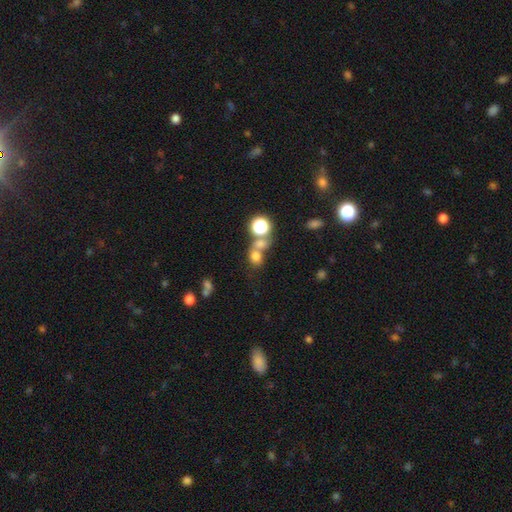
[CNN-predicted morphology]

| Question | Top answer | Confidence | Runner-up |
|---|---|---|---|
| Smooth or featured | smooth | 70% | star or artifact (20%) |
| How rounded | round | 61% | in between (38%) |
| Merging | merger | 44% | none (41%) |